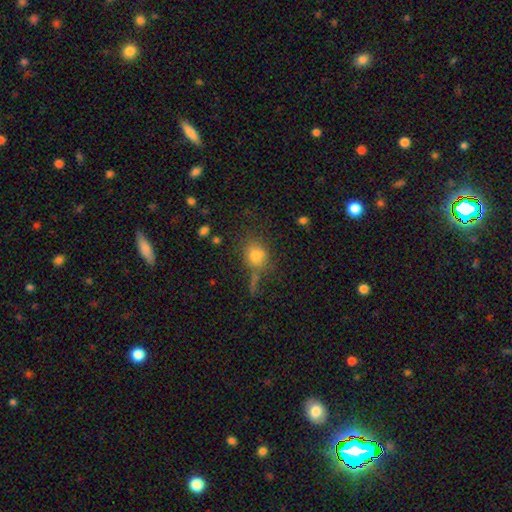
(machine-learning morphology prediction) Smooth or featured: smooth — 76% (star or artifact — 14%)
How rounded: round — 64% (in between — 34%)
Merging: none — 58% (minor disturbance — 18%)